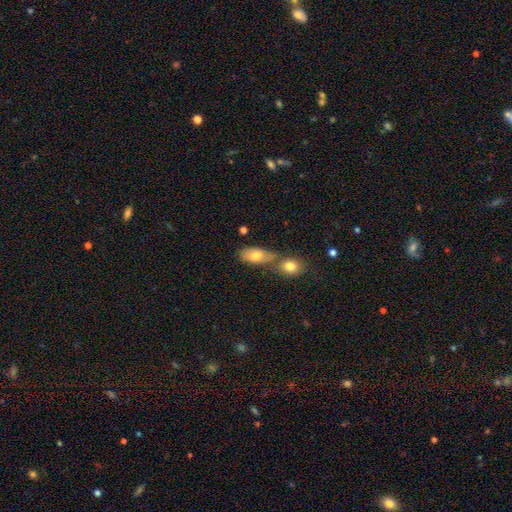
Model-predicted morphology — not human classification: The model was most divided on "merging": merger: 42%, none: 40%, minor disturbance: 13%, major disturbance: 5%. More confident: how rounded — in between (86%); smooth or featured — smooth (76%).